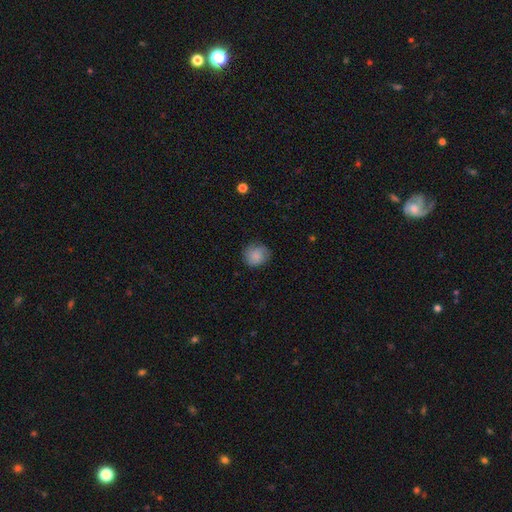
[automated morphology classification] A smooth galaxy with no disk features (81%) that is round (82%). Merging: none (77%).